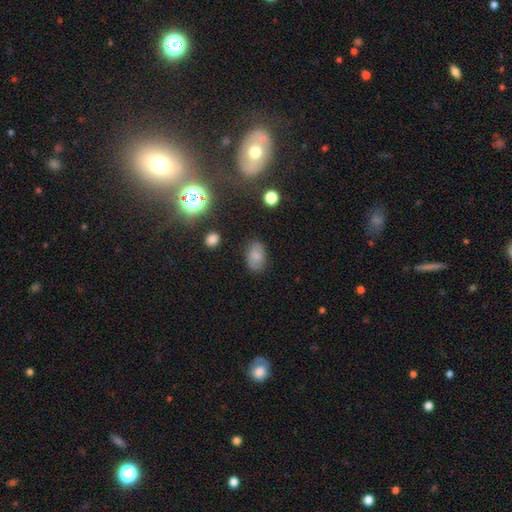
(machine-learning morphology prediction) smooth 77%, featured or disk 12%, star or artifact 11%. Down the decision tree: how rounded — in between (87%); merging — none (79%).